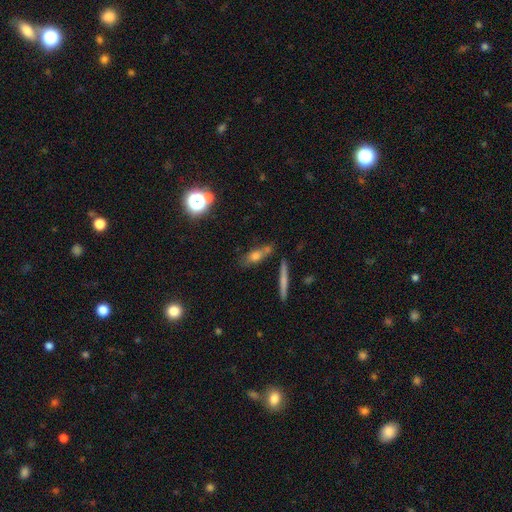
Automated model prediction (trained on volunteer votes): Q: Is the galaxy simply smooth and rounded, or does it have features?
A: smooth — 59%.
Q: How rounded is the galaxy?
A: in between — 45%.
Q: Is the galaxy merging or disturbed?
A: none — 57%.